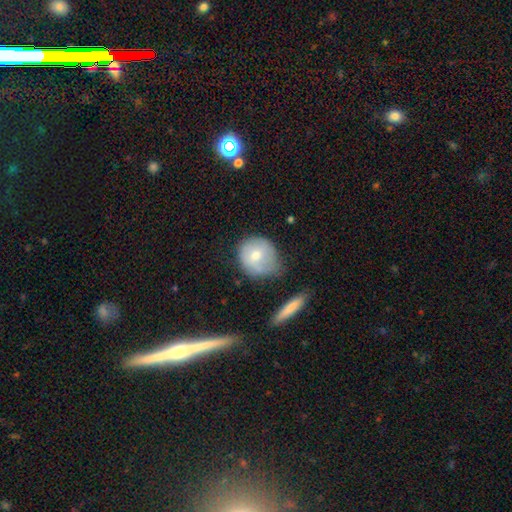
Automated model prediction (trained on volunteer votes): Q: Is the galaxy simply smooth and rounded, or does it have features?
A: smooth — 66%.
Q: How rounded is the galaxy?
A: round — 79%.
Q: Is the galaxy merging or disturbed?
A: none — 47%.